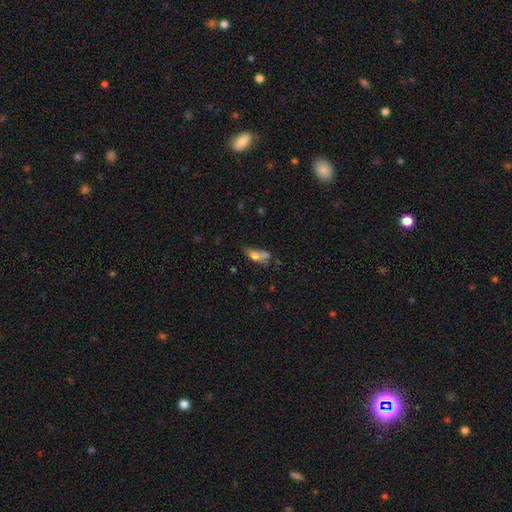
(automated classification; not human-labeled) smooth-or-featured: smooth: 64% | featured or disk: 24% | star or artifact: 12%
  how-rounded: in between: 71% | cigar-shaped: 20% | round: 8%
  merging: merger: 32% | none: 27% | minor disturbance: 22% | major disturbance: 19%